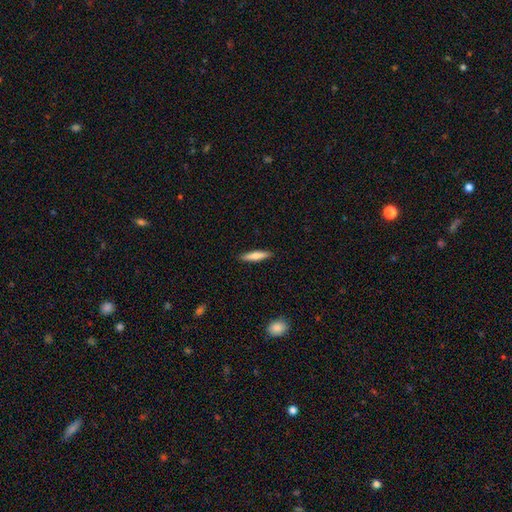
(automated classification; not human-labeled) Q: Smooth or featured?
A: smooth (75%); runner-up: featured or disk (20%)
Q: How rounded?
A: cigar-shaped (83%); runner-up: in between (16%)
Q: Merging?
A: none (90%); runner-up: minor disturbance (7%)